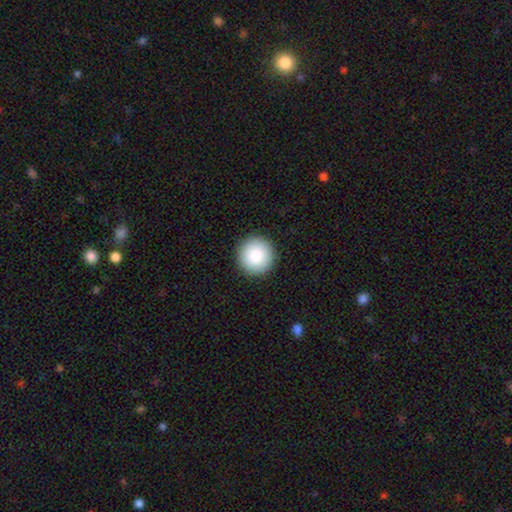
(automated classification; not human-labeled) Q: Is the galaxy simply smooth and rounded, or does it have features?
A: smooth — 86%.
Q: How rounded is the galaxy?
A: round — 95%.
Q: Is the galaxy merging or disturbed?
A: none — 93%.